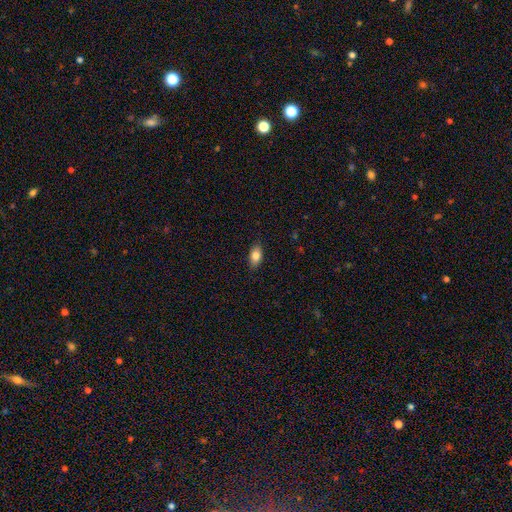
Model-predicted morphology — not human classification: A smooth galaxy with no disk features (83%) that is in between round and cigar-shaped (89%).

Vote fractions:
- Smooth or featured? smooth: 83% / featured or disk: 9% / star or artifact: 7%
- How rounded? in between: 89% / round: 6% / cigar-shaped: 5%
- Merging? none: 87% / minor disturbance: 10% / major disturbance: 2% / merger: 1%